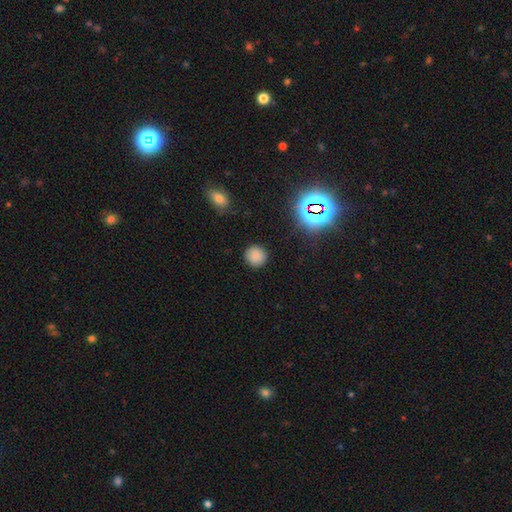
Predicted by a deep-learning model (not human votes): A smooth galaxy with no disk features (81%) that is round (92%). Merging: none (89%).